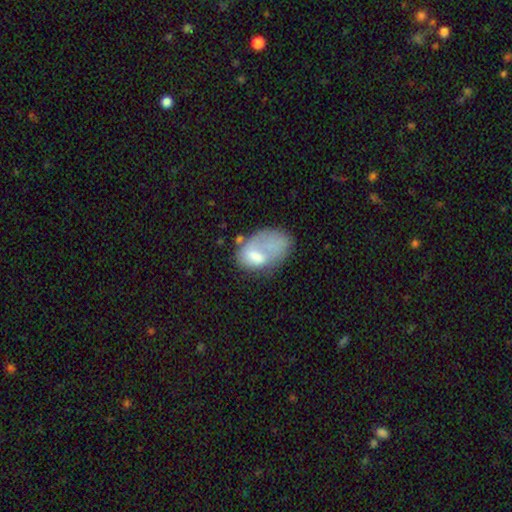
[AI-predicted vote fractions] A smooth galaxy with no disk features (58%) that is in between round and cigar-shaped (87%).

Vote fractions:
- Smooth or featured? smooth: 58% / featured or disk: 33% / star or artifact: 9%
- How rounded? in between: 87% / round: 11% / cigar-shaped: 2%
- Merging? major disturbance: 36% / minor disturbance: 24% / none: 24% / merger: 16%